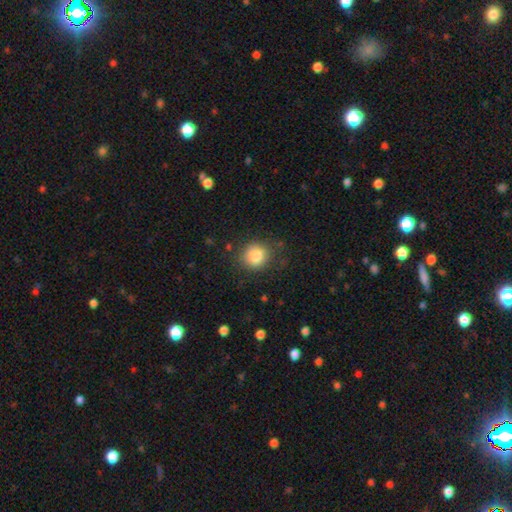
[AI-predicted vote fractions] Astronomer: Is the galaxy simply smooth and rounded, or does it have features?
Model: smooth — 85%.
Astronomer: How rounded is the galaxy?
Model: round — 80%.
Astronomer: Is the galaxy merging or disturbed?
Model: none — 77%.